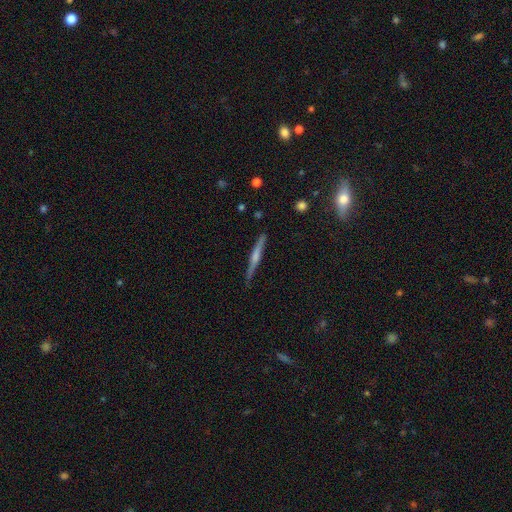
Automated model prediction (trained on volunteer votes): Overall: featured or disk (69%). Edge-on disk: yes (98%). Edge-on bulge: rounded (68%). Merging: none (87%).